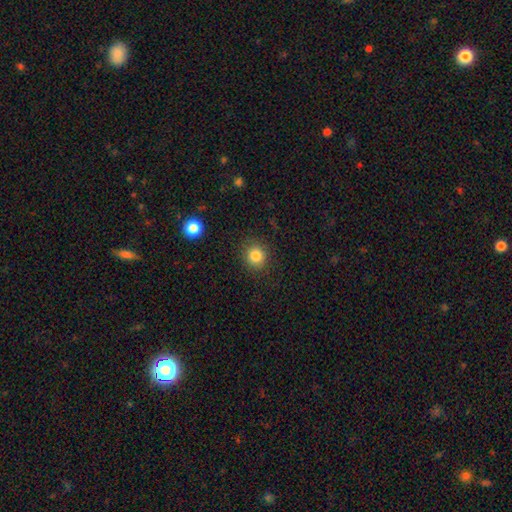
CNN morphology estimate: A smooth galaxy with no disk features (84%) that is round (88%).

Vote fractions:
- Smooth or featured? smooth: 84% / star or artifact: 11% / featured or disk: 5%
- How rounded? round: 88% / in between: 11% / cigar-shaped: 1%
- Merging? none: 88% / minor disturbance: 8% / major disturbance: 3% / merger: 1%